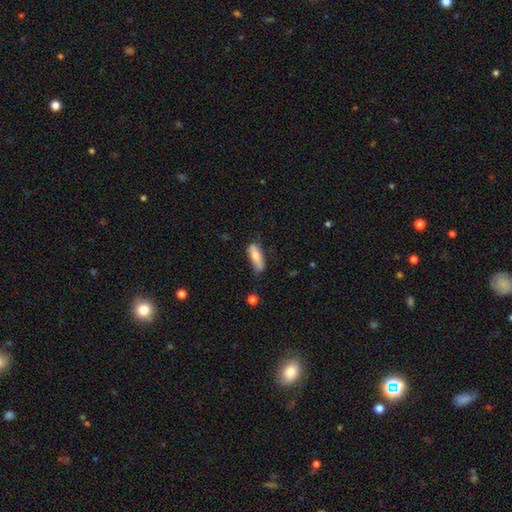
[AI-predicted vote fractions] Smooth or featured: smooth — 72% (featured or disk — 22%)
How rounded: in between — 61% (cigar-shaped — 37%)
Merging: none — 54% (minor disturbance — 32%)